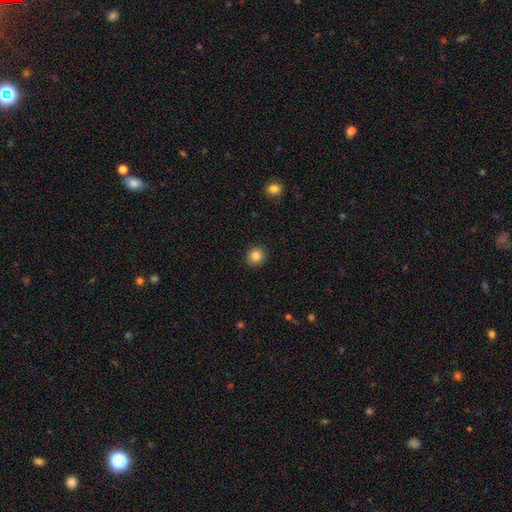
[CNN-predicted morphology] Smooth or featured?
  - smooth: 86% *
  - star or artifact: 10%
  - featured or disk: 4%
How rounded?
  - round: 87% *
  - in between: 12%
  - cigar-shaped: 1%
Merging?
  - none: 91% *
  - minor disturbance: 6%
  - major disturbance: 2%
  - merger: 1%